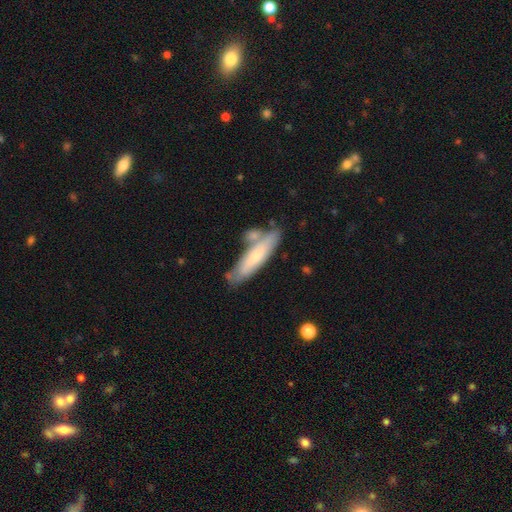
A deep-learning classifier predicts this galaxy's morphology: smooth_or_featured: smooth (p=0.62) [alt: featured or disk p=0.33]
how_rounded: cigar-shaped (p=0.71) [alt: in between p=0.27]
merging: none (p=0.60) [alt: minor disturbance p=0.18]